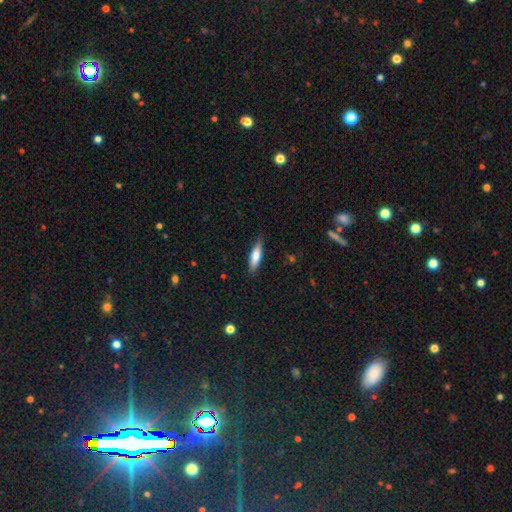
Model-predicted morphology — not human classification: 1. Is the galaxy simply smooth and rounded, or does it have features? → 69% smooth, 25% featured or disk, 6% star or artifact.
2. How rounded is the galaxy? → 68% cigar-shaped, 30% in between, 2% round.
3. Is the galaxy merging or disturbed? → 86% none, 10% minor disturbance, 2% major disturbance, 1% merger.